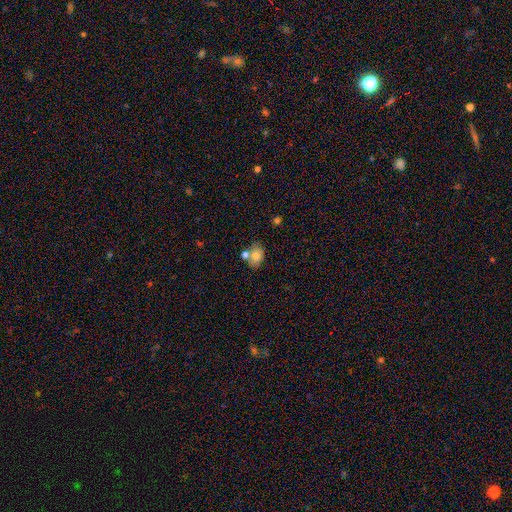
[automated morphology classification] A smooth galaxy with no disk features (75%) that is in between round and cigar-shaped (75%).

Vote fractions:
- Smooth or featured? smooth: 75% / featured or disk: 16% / star or artifact: 9%
- How rounded? in between: 75% / round: 24% / cigar-shaped: 1%
- Merging? none: 52% / merger: 26% / minor disturbance: 17% / major disturbance: 5%